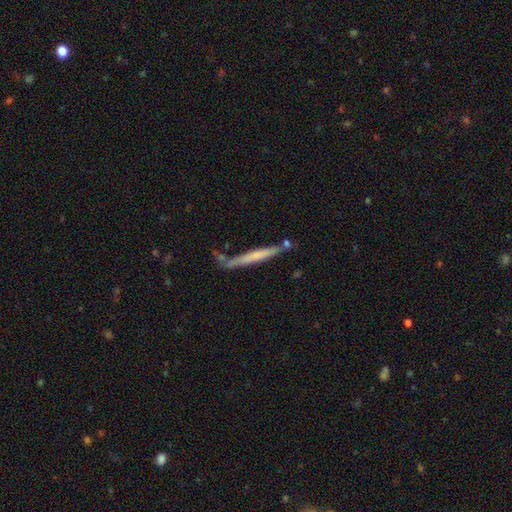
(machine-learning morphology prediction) A smooth galaxy with no disk features (49%). Merging: none (70%).